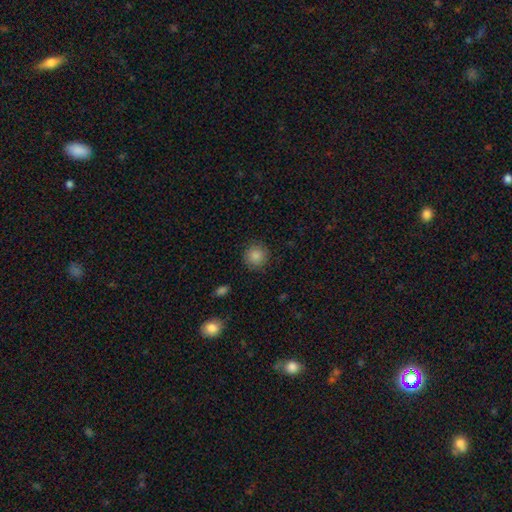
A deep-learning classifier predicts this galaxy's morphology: Q: Smooth or featured?
A: smooth (86%); runner-up: star or artifact (9%)
Q: How rounded?
A: round (93%); runner-up: in between (6%)
Q: Merging?
A: none (88%); runner-up: minor disturbance (8%)